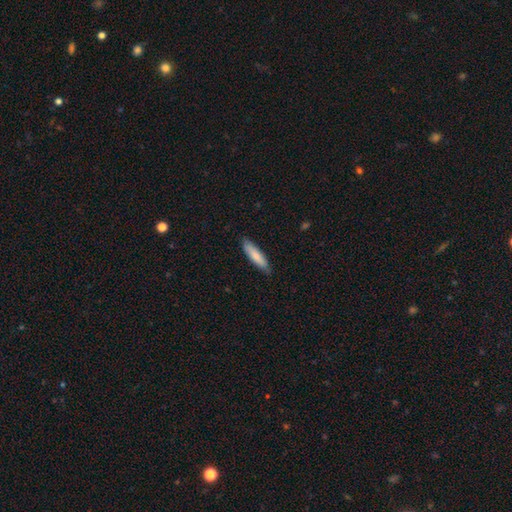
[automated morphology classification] smooth-or-featured: smooth: 79% | featured or disk: 16% | star or artifact: 5%
  how-rounded: cigar-shaped: 70% | in between: 28% | round: 1%
  merging: none: 80% | minor disturbance: 17% | major disturbance: 2% | merger: 1%